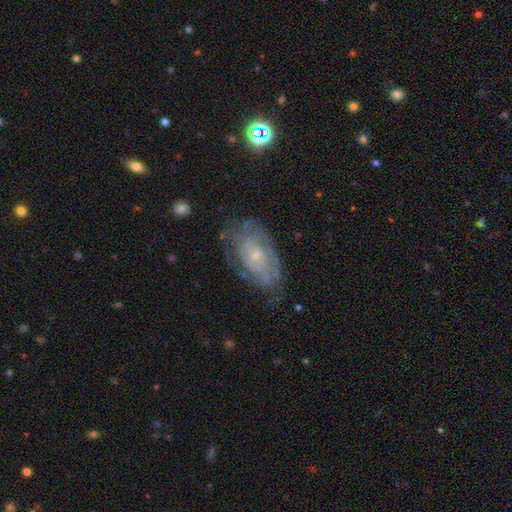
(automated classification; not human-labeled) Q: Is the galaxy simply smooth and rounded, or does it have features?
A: featured or disk — 72%.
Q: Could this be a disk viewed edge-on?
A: no — 94%.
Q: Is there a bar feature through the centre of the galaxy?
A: no — 78%.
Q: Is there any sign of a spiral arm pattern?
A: yes — 79%.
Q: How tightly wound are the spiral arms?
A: tight — 65%.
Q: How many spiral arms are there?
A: can't tell — 57%.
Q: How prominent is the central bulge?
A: small — 70%.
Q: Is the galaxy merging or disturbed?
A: none — 66%.